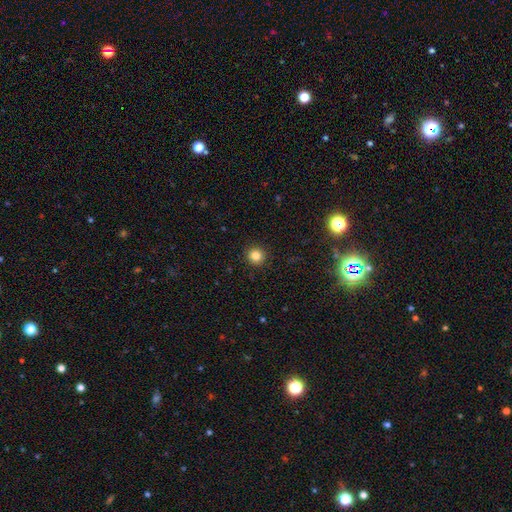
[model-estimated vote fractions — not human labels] A smooth galaxy with no disk features (83%) that is round (94%).

Vote fractions:
- Smooth or featured? smooth: 83% / star or artifact: 12% / featured or disk: 5%
- How rounded? round: 94% / in between: 5% / cigar-shaped: 1%
- Merging? none: 92% / minor disturbance: 5% / major disturbance: 2% / merger: 1%